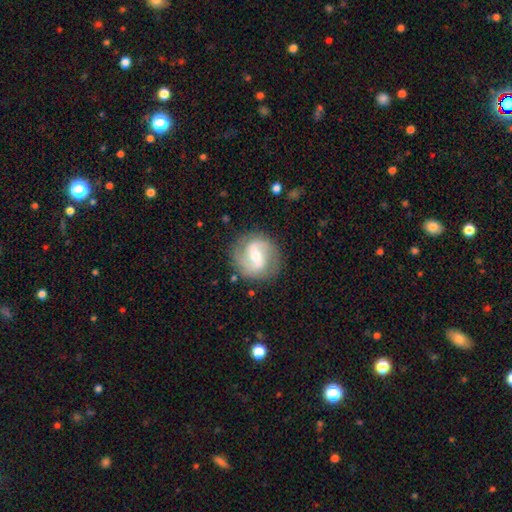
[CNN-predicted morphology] featured or disk 81%, smooth 13%, star or artifact 5%. Down the decision tree: edge-on disk — no (97%); bar — weak (44%); spiral arms — yes (91%); spiral arm count — 2 (87%); spiral winding — medium (48%); bulge size — moderate (56%); merging — none (83%).